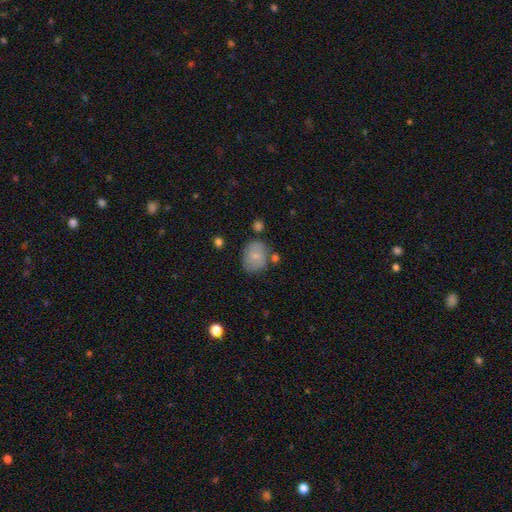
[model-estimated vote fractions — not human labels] Smooth or featured: smooth — 71% (featured or disk — 22%)
How rounded: round — 56% (in between — 44%)
Merging: none — 64% (minor disturbance — 22%)